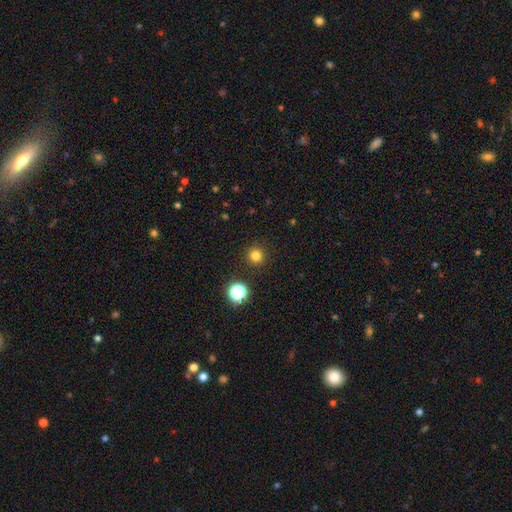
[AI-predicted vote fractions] Smooth or featured: smooth — 79% (star or artifact — 16%)
How rounded: round — 94% (in between — 5%)
Merging: none — 92% (minor disturbance — 5%)